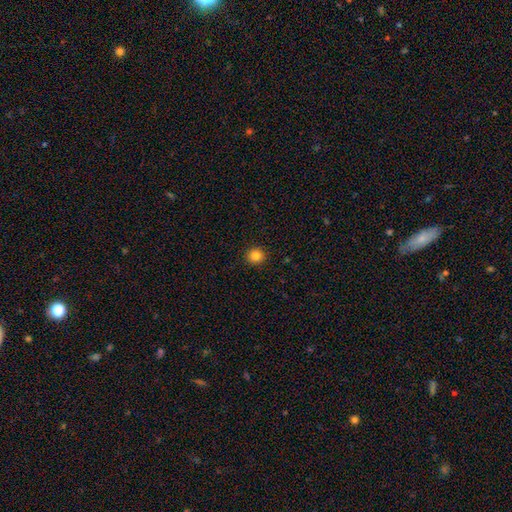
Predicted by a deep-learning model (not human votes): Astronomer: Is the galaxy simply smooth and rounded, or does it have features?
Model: smooth — 84%.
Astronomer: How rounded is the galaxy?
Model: round — 92%.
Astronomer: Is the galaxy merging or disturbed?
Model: none — 93%.